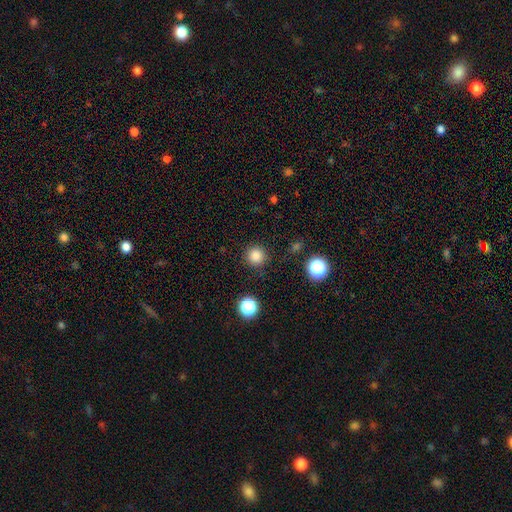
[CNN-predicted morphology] smooth 83%, star or artifact 13%, featured or disk 4%. Down the decision tree: how rounded — round (95%); merging — none (89%).